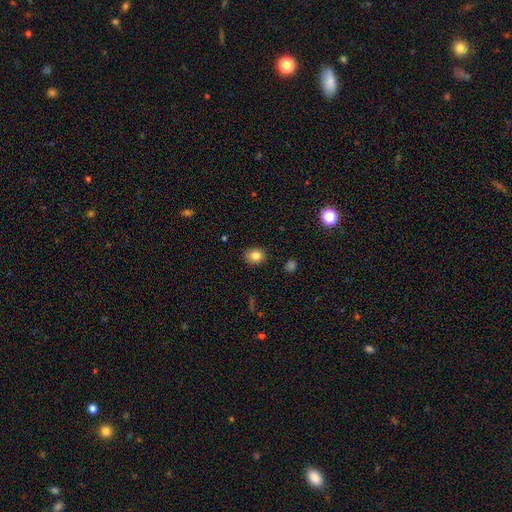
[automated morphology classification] Smooth or featured: smooth — 83% (star or artifact — 11%)
How rounded: round — 66% (in between — 34%)
Merging: none — 86% (minor disturbance — 10%)